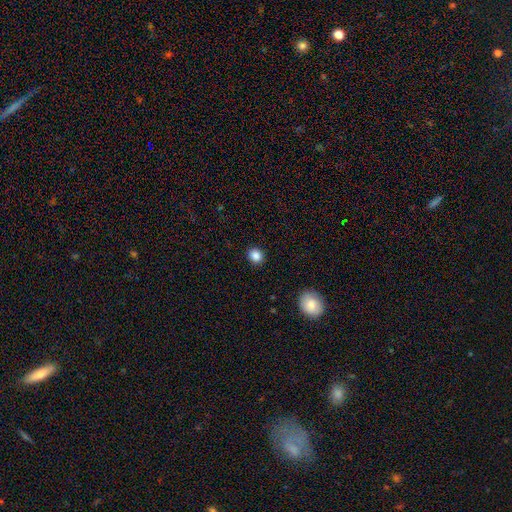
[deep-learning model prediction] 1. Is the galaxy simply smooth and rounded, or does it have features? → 86% smooth, 10% star or artifact, 4% featured or disk.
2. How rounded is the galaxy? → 74% round, 25% in between, 1% cigar-shaped.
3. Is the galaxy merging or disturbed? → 91% none, 6% minor disturbance, 2% major disturbance, 1% merger.